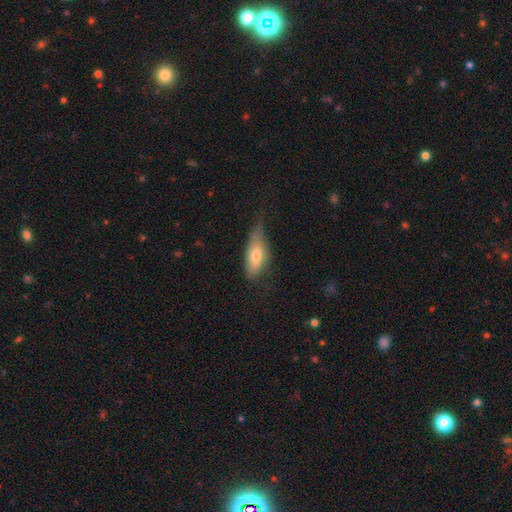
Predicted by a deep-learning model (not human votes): A smooth galaxy with no disk features (66%) that is in between round and cigar-shaped (67%). Merging: none (46%).